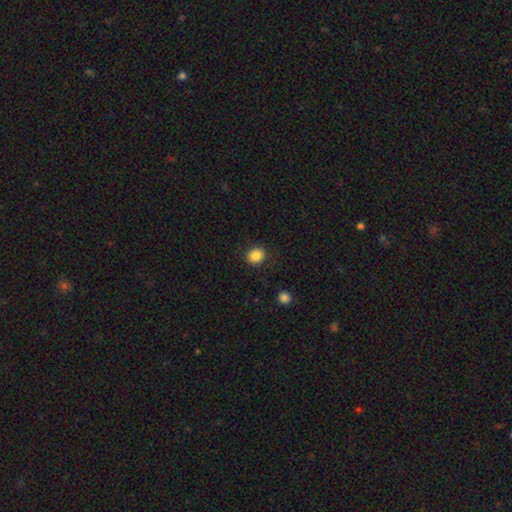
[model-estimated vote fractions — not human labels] This appears to be a smooth galaxy with no disk features (87%) that is round (76%). Merging: none (88%).